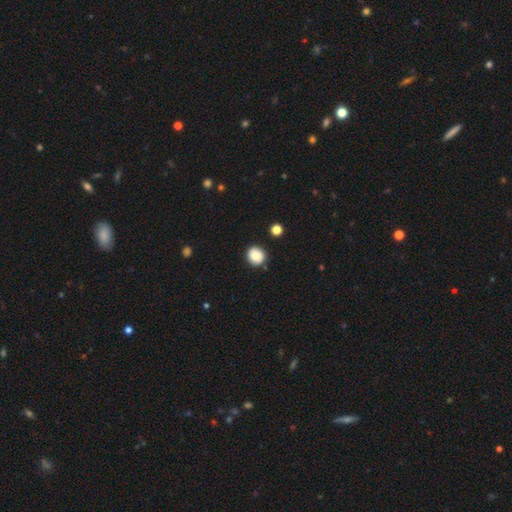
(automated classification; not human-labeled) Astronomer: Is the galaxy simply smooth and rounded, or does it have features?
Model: smooth — 81%.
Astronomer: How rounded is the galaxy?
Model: round — 89%.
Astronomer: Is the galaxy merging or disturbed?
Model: none — 87%.